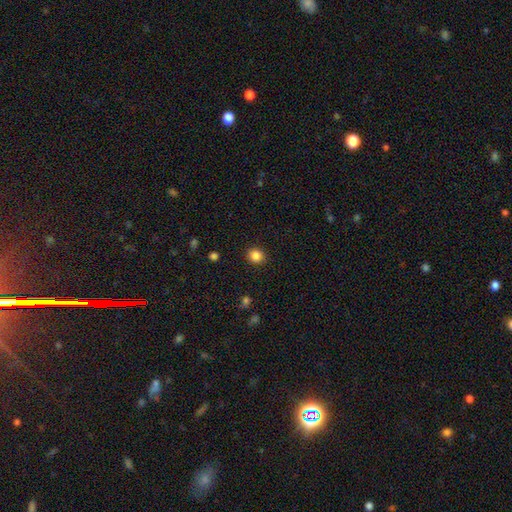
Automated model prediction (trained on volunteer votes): A smooth galaxy with no disk features (85%) that is round (85%). Merging: none (91%).